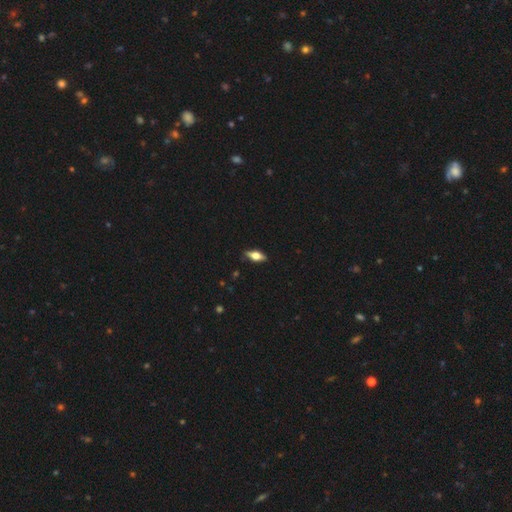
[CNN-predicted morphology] The model was most divided on "smooth or featured": smooth: 56%, featured or disk: 37%, star or artifact: 8%. More confident: merging — none (86%); how rounded — in between (77%).